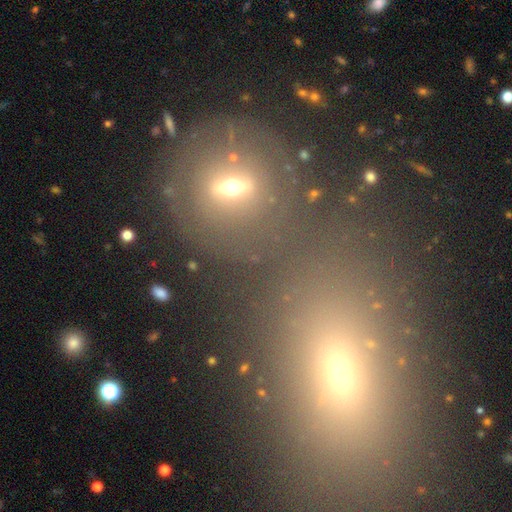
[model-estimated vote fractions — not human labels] A smooth galaxy with no disk features (47%).

Vote fractions:
- Smooth or featured? smooth: 47% / star or artifact: 30% / featured or disk: 23%
- Merging? none: 48% / merger: 35% / minor disturbance: 10% / major disturbance: 7%